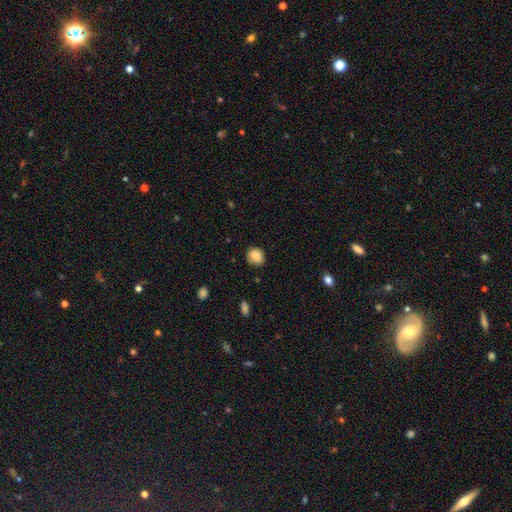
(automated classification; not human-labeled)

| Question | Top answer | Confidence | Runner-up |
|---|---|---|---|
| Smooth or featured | smooth | 86% | star or artifact (9%) |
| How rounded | round | 70% | in between (29%) |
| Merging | none | 71% | minor disturbance (23%) |